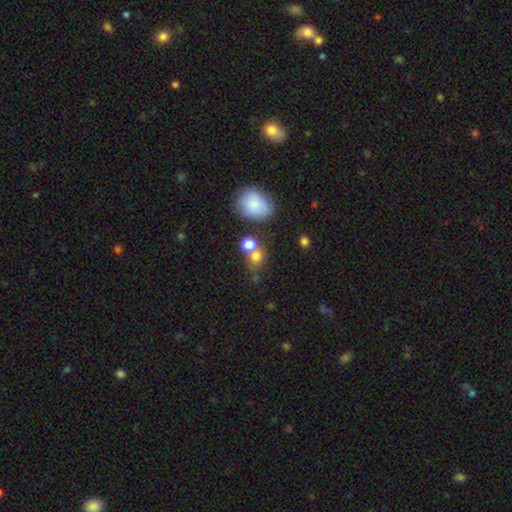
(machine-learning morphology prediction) smooth_or_featured: smooth (p=0.76) [alt: star or artifact p=0.14]
how_rounded: round (p=0.72) [alt: in between p=0.26]
merging: none (p=0.44) [alt: merger p=0.41]